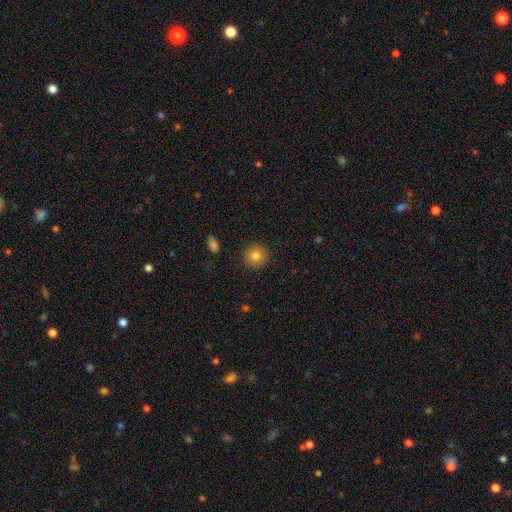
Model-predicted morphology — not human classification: A smooth galaxy with no disk features (82%) that is round (94%).

Vote fractions:
- Smooth or featured? smooth: 82% / star or artifact: 10% / featured or disk: 8%
- How rounded? round: 94% / in between: 5% / cigar-shaped: 1%
- Merging? none: 91% / minor disturbance: 6% / major disturbance: 2% / merger: 1%